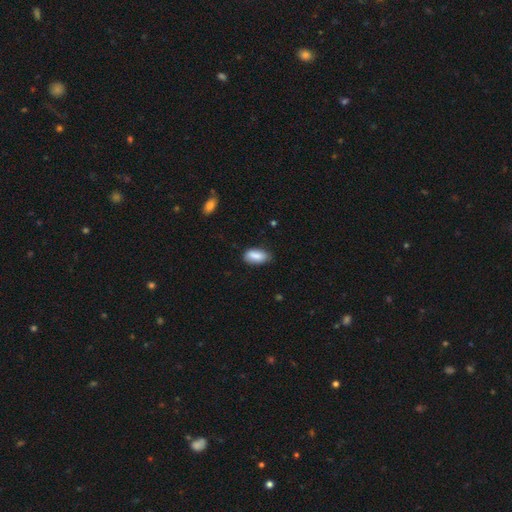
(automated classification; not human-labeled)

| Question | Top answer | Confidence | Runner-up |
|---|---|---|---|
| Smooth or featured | smooth | 87% | star or artifact (7%) |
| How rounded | in between | 91% | cigar-shaped (6%) |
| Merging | none | 73% | minor disturbance (22%) |